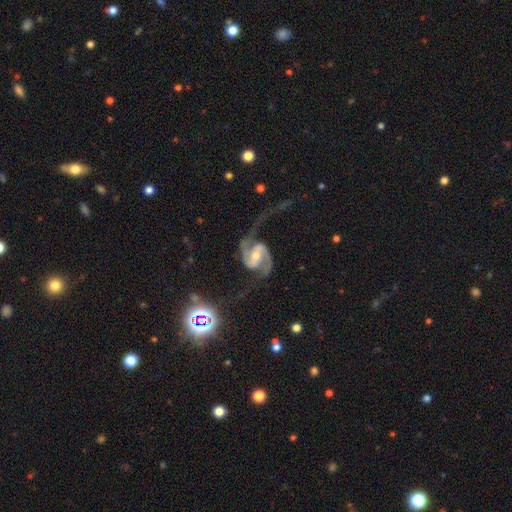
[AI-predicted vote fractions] Smooth or featured? Predicted: featured or disk (p=0.92). Edge-on disk? Predicted: no (p=0.98). Bar? Predicted: weak (p=0.42). Spiral arms? Predicted: yes (p=0.98). Spiral winding? Predicted: loose (p=0.45). Spiral arm count? Predicted: 2 (p=0.94). Bulge size? Predicted: moderate (p=0.57). Merging? Predicted: none (p=0.61).